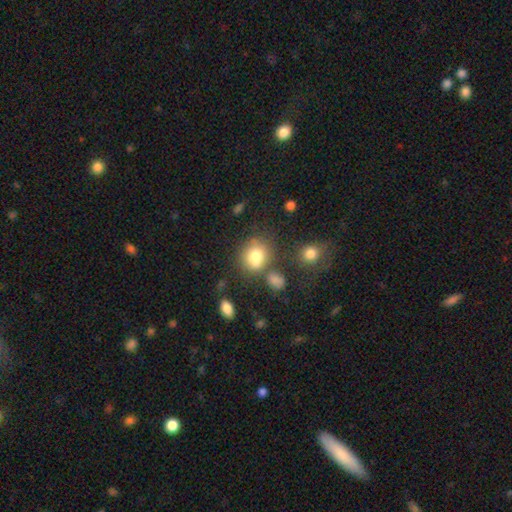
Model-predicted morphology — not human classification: Smooth or featured? smooth (76%)
How rounded? round (72%)
Merging? none (57%)